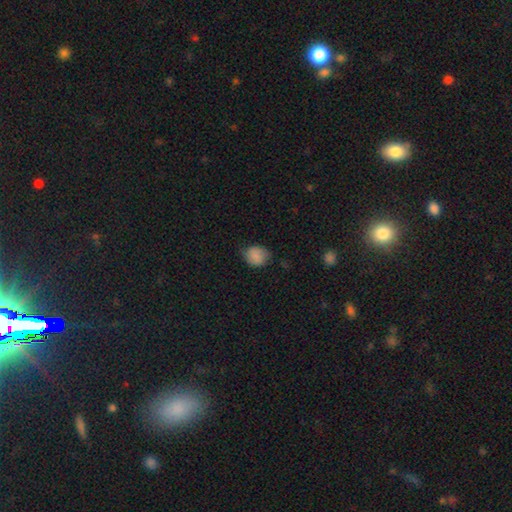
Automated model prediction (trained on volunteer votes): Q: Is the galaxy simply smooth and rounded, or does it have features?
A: smooth — 80%.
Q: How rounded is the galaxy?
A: round — 62%.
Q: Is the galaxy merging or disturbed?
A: none — 66%.